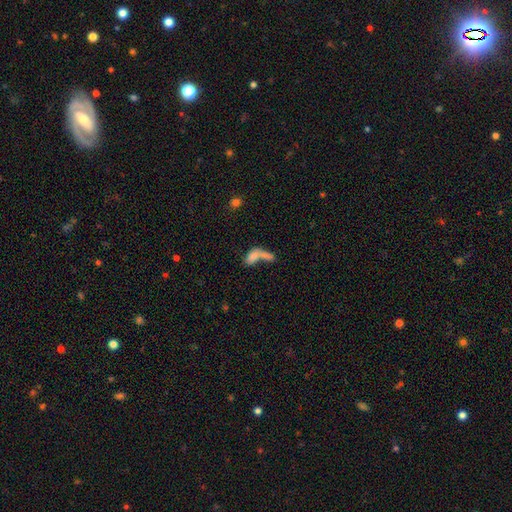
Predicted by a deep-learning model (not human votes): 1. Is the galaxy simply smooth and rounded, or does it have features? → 71% smooth, 18% featured or disk, 11% star or artifact.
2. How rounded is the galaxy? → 77% in between, 15% cigar-shaped, 8% round.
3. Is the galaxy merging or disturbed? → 64% merger, 17% none, 12% major disturbance, 8% minor disturbance.